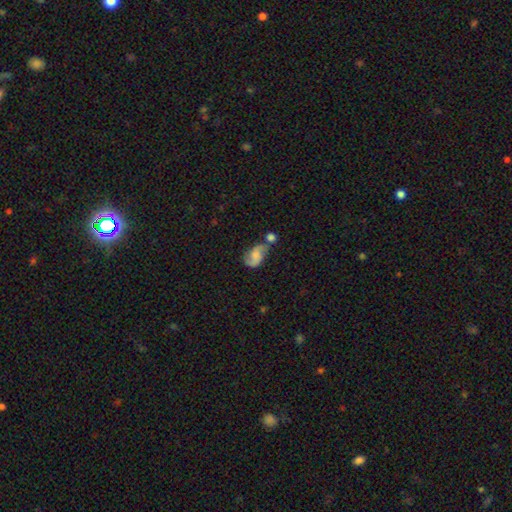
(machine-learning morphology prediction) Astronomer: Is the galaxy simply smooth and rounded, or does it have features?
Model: featured or disk — 66%.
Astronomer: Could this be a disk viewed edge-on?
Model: no — 97%.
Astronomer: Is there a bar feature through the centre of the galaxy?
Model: no — 58% (runner-up: weak, 35%).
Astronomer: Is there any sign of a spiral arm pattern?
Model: yes — 92%.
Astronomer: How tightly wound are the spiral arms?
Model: loose — 50% (runner-up: medium, 39%).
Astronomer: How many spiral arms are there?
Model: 2 — 89%.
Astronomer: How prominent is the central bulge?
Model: small — 32%, tied with none at 32%.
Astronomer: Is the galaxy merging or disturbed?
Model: none — 40% (runner-up: merger, 30%).